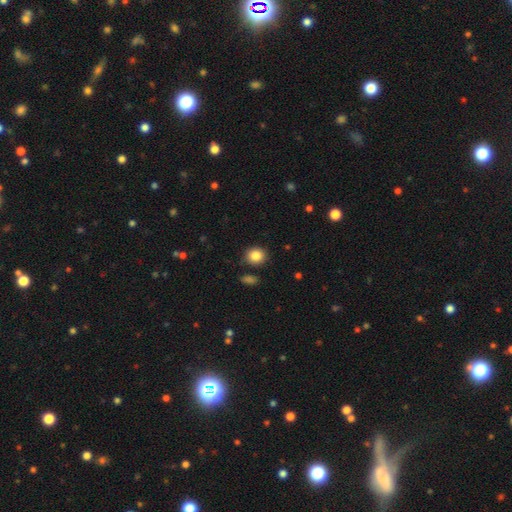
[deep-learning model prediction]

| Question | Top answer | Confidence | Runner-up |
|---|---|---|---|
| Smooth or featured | smooth | 85% | star or artifact (10%) |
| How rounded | round | 80% | in between (19%) |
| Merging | none | 84% | minor disturbance (10%) |